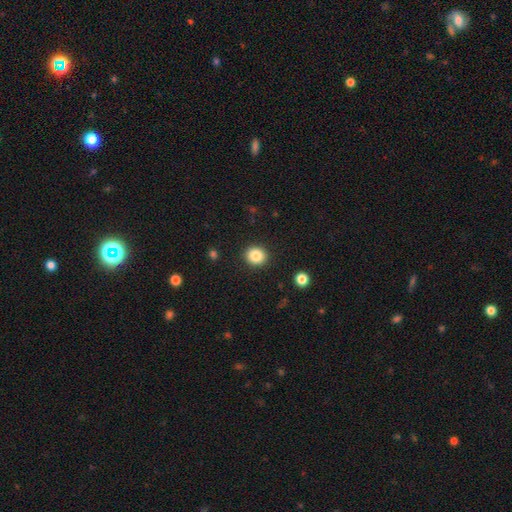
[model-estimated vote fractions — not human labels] smooth-or-featured: smooth: 85% | star or artifact: 10% | featured or disk: 5%
  how-rounded: round: 82% | in between: 17% | cigar-shaped: 1%
  merging: none: 91% | minor disturbance: 6% | major disturbance: 2% | merger: 1%